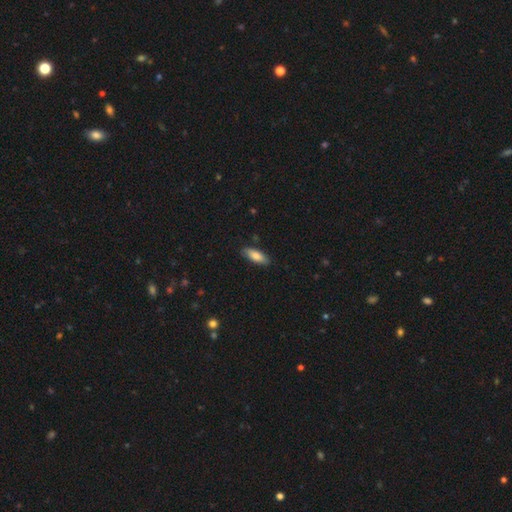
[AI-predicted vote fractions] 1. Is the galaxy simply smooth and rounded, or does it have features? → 81% smooth, 13% featured or disk, 6% star or artifact.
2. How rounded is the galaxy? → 71% in between, 28% cigar-shaped, 2% round.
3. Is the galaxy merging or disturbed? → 84% none, 13% minor disturbance, 2% major disturbance, 1% merger.